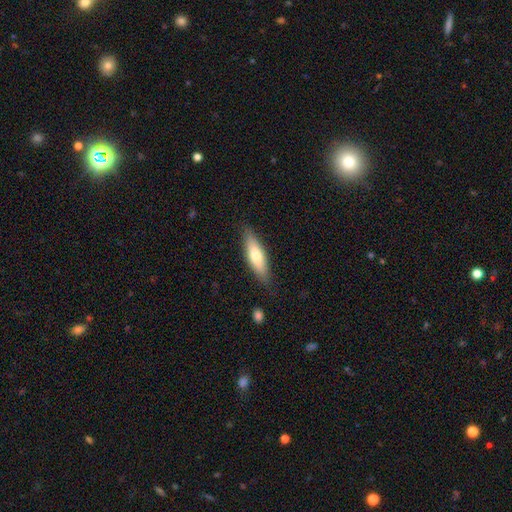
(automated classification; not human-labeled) Smooth or featured? Predicted: smooth (p=0.65). How rounded? Predicted: cigar-shaped (p=0.56). Merging? Predicted: none (p=0.83).